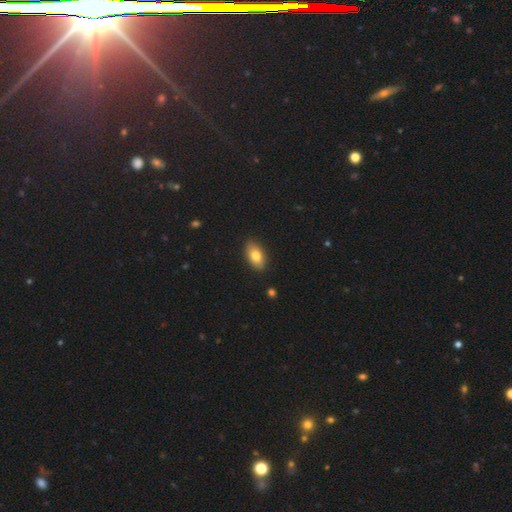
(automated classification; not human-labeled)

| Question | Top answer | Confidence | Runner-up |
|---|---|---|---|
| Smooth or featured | smooth | 79% | featured or disk (14%) |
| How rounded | in between | 92% | round (5%) |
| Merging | none | 88% | minor disturbance (9%) |